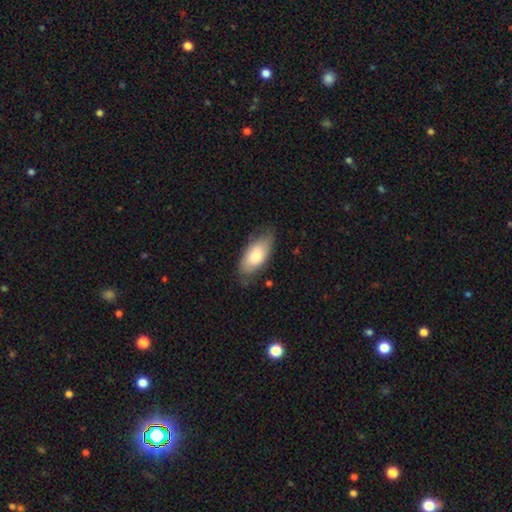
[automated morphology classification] This is likely a smooth galaxy (76%). How rounded: clearly in between (89%). Merging: likely none (69%).